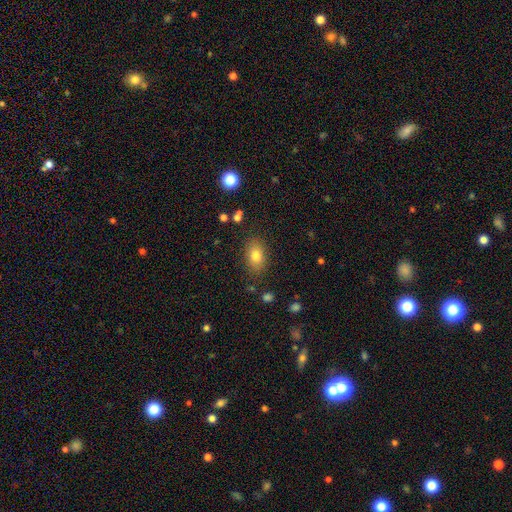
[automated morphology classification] Q: Smooth or featured?
A: smooth (80%); runner-up: featured or disk (10%)
Q: How rounded?
A: in between (84%); runner-up: round (14%)
Q: Merging?
A: none (83%); runner-up: minor disturbance (11%)